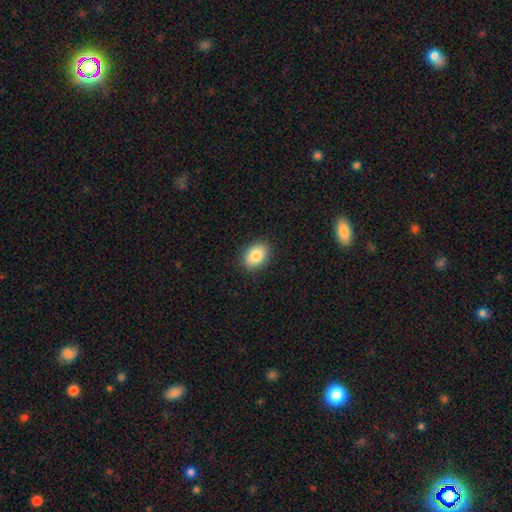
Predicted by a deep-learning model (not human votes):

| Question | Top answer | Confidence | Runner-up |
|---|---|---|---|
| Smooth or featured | smooth | 85% | star or artifact (8%) |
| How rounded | in between | 72% | round (27%) |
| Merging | none | 90% | minor disturbance (8%) |